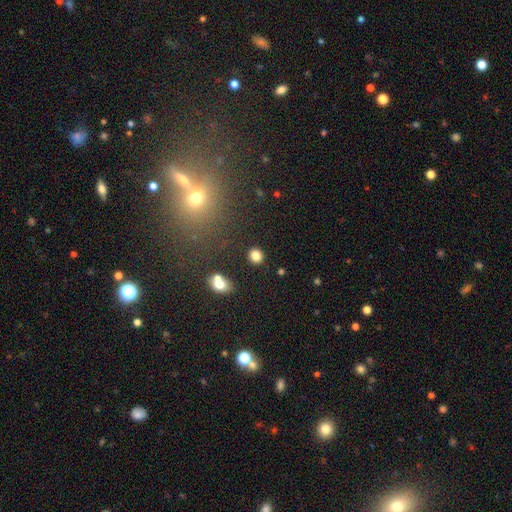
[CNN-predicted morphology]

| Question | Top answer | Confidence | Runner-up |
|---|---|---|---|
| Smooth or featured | smooth | 83% | star or artifact (12%) |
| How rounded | round | 81% | in between (18%) |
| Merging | none | 85% | minor disturbance (7%) |